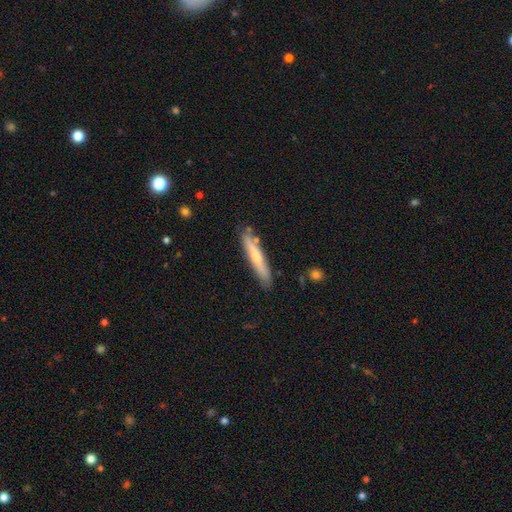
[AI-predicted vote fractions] Smooth or featured?
  - smooth: 57% *
  - featured or disk: 38%
  - star or artifact: 6%
How rounded?
  - cigar-shaped: 92% *
  - in between: 6%
  - round: 1%
Merging?
  - none: 81% *
  - minor disturbance: 13%
  - merger: 4%
  - major disturbance: 2%